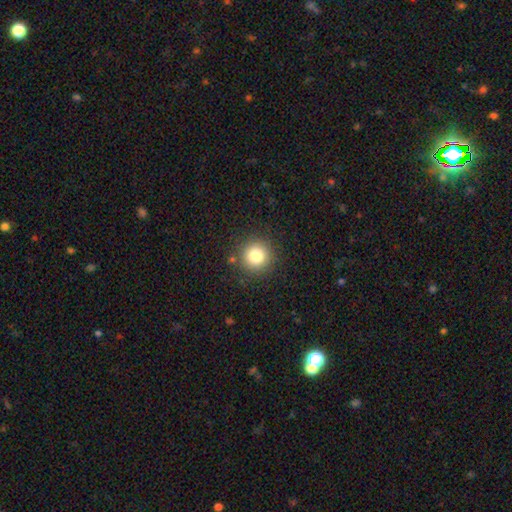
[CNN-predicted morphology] Smooth or featured: smooth — 81% (star or artifact — 12%)
How rounded: round — 94% (in between — 5%)
Merging: none — 89% (minor disturbance — 7%)